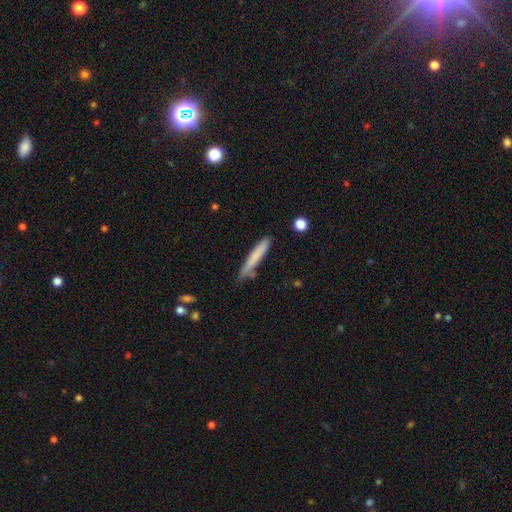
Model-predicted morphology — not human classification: The model was most divided on "smooth or featured": smooth: 73%, featured or disk: 21%, star or artifact: 6%. More confident: how rounded — cigar-shaped (94%); merging — none (74%).